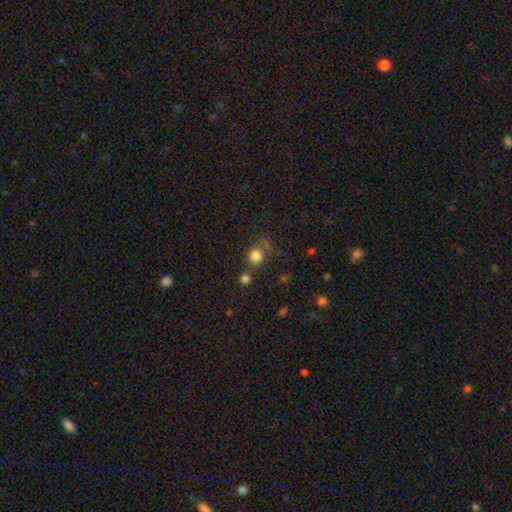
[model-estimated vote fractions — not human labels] The model was most divided on "merging": none: 57%, minor disturbance: 17%, merger: 16%, major disturbance: 10%. More confident: how rounded — round (81%); smooth or featured — smooth (80%).